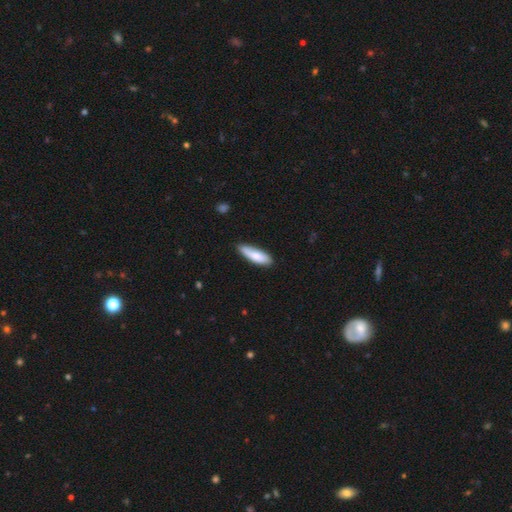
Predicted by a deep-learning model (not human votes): Smooth or featured: smooth — 78% (featured or disk — 17%)
How rounded: cigar-shaped — 52% (in between — 46%)
Merging: none — 78% (minor disturbance — 18%)